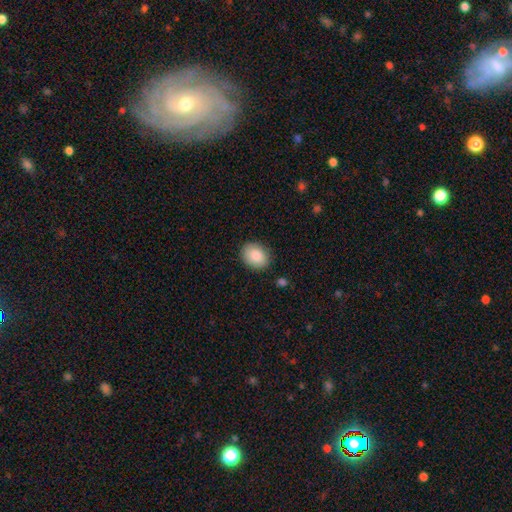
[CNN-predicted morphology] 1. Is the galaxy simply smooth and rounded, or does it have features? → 88% smooth, 7% star or artifact, 5% featured or disk.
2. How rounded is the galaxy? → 57% in between, 42% round, 1% cigar-shaped.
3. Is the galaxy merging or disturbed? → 86% none, 10% minor disturbance, 2% major disturbance, 2% merger.